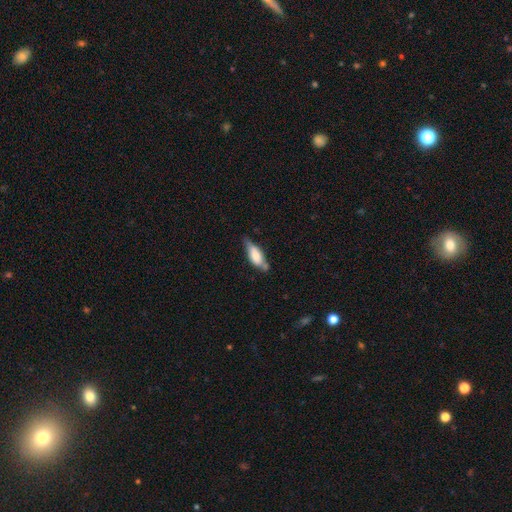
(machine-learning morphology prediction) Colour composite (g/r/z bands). It shows a smooth galaxy with no disk features (66%) that is in between round and cigar-shaped (71%). Merging: none (48%).